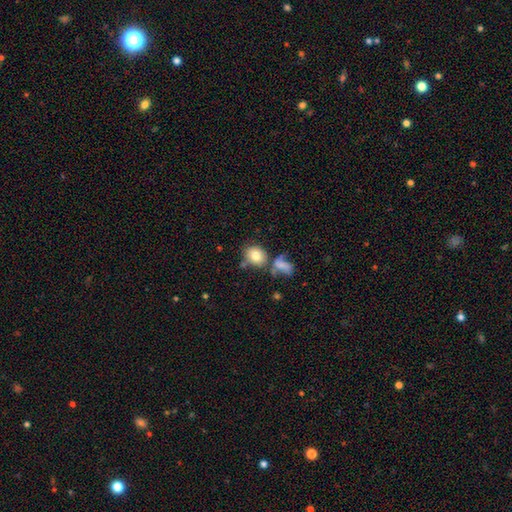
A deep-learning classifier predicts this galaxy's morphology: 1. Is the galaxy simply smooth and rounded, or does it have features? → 80% smooth, 11% featured or disk, 9% star or artifact.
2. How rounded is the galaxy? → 58% round, 41% in between, 1% cigar-shaped.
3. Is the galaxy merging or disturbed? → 58% none, 20% merger, 15% minor disturbance, 6% major disturbance.